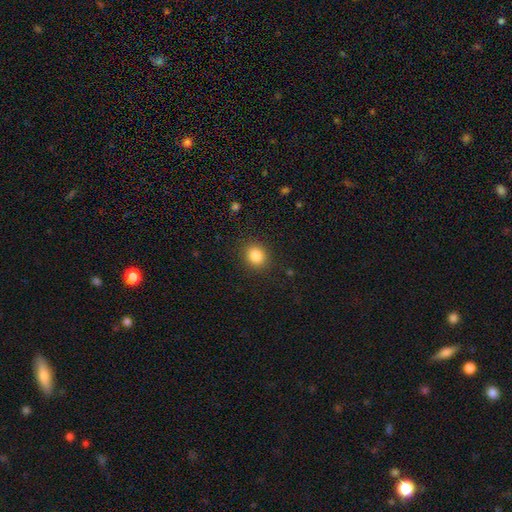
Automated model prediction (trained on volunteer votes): This is clearly a smooth galaxy (85%). How rounded: likely round (77%). Merging: clearly none (89%).